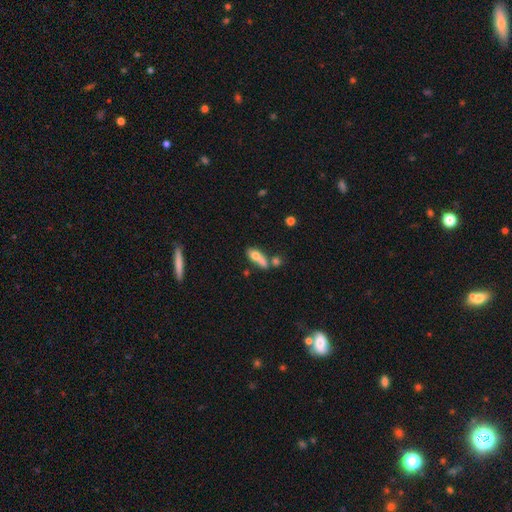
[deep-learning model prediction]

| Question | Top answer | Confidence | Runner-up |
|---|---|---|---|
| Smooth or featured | smooth | 66% | featured or disk (25%) |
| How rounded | in between | 62% | cigar-shaped (28%) |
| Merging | merger | 48% | none (29%) |